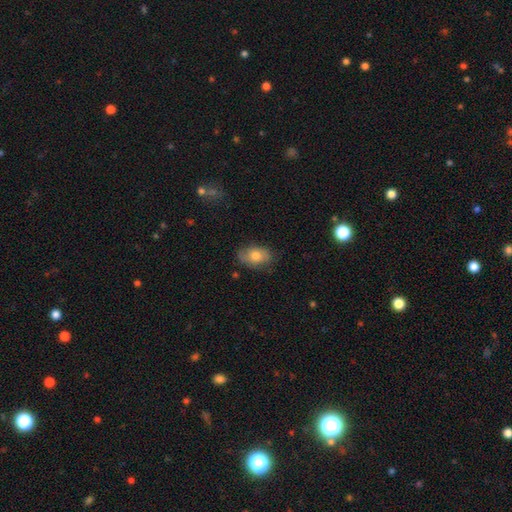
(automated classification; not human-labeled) Morphology: type=smooth (71%); roundness=in between (87%); merging=none (76%).